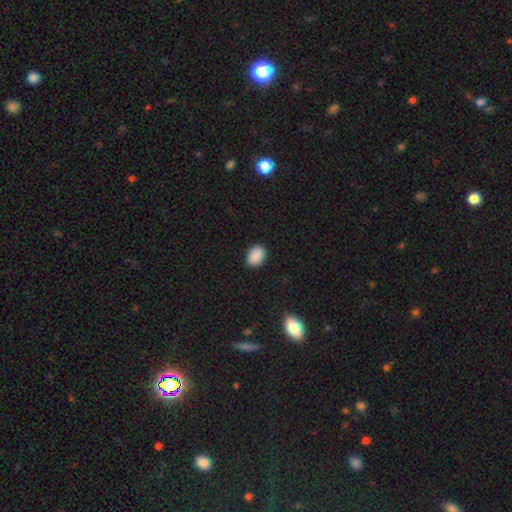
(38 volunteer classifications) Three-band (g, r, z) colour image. It shows a smooth galaxy with no disk features (87%) that is in between round and cigar-shaped (85%). Merging: none (89%).